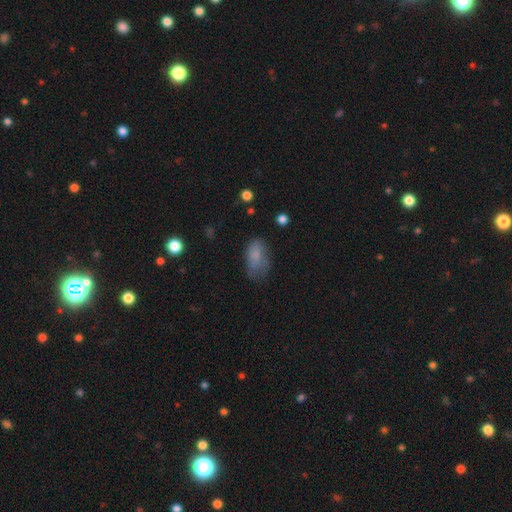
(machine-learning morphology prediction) Q: Smooth or featured?
A: smooth (77%); runner-up: featured or disk (13%)
Q: How rounded?
A: in between (91%); runner-up: round (6%)
Q: Merging?
A: none (46%); runner-up: minor disturbance (32%)